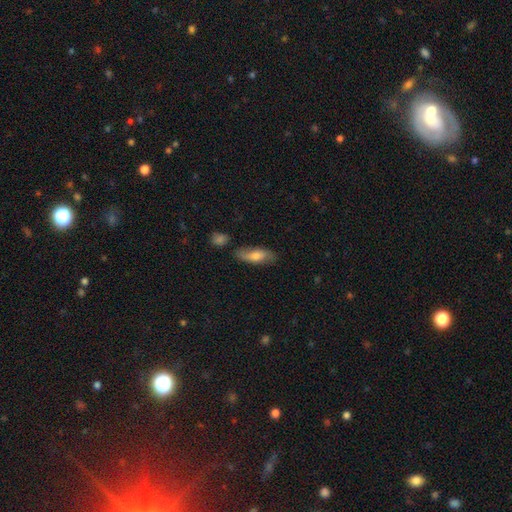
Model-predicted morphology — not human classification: Overall: smooth (64%; featured or disk 30%). How rounded: in between (69%). Merging: none (77%).